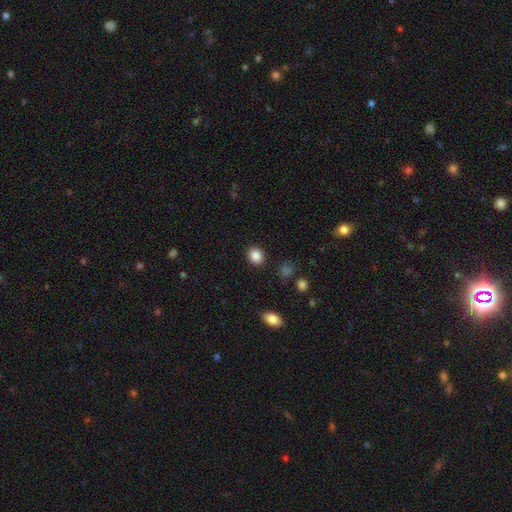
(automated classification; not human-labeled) Overall: smooth (87%). How rounded: round (63%; in between 36%). Merging: none (88%).